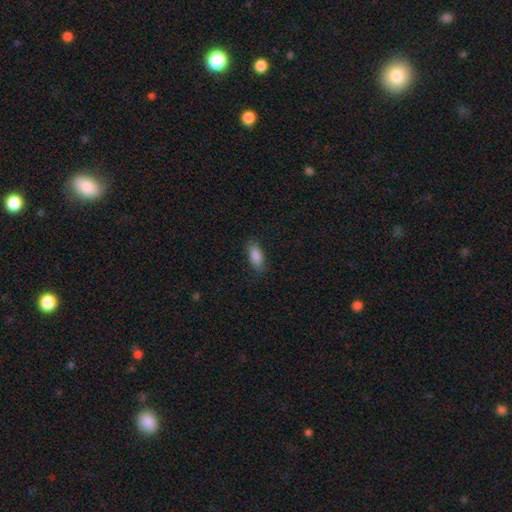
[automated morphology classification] This is clearly a smooth galaxy (87%). How rounded: clearly in between (87%). Merging: clearly none (82%).